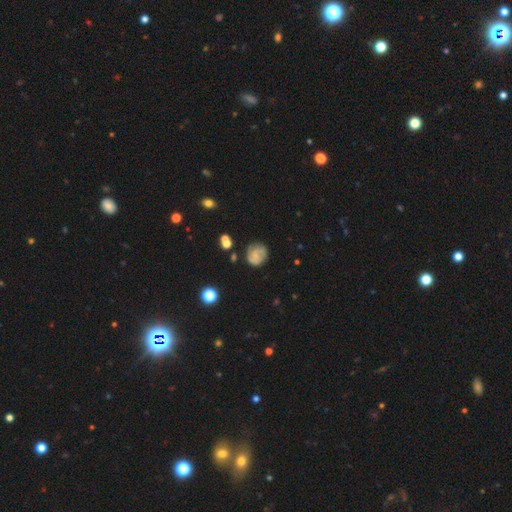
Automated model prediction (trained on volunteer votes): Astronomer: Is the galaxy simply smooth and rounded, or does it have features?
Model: featured or disk — 46% (runner-up: smooth, 45%).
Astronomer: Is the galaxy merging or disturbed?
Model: none — 70%.